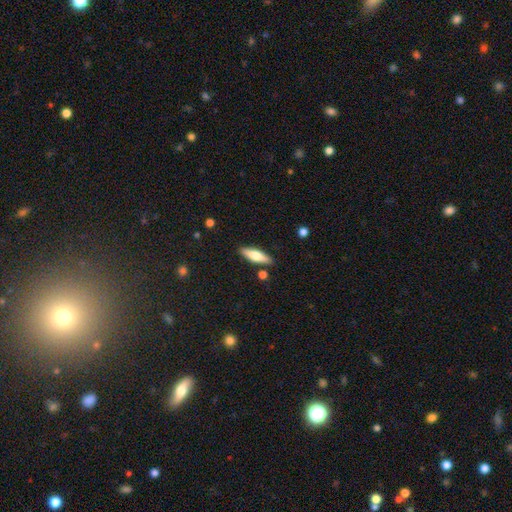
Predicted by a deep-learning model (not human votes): Q: Smooth or featured?
A: smooth (58%); runner-up: featured or disk (36%)
Q: How rounded?
A: cigar-shaped (57%); runner-up: in between (41%)
Q: Merging?
A: none (85%); runner-up: minor disturbance (9%)